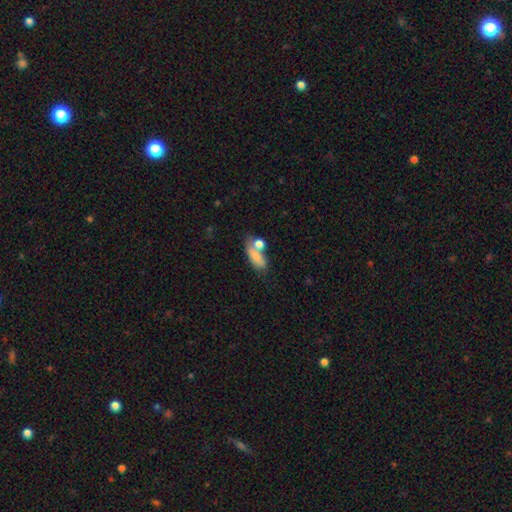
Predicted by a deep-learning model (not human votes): Q: Smooth or featured?
A: smooth (75%); runner-up: featured or disk (16%)
Q: How rounded?
A: in between (69%); runner-up: cigar-shaped (22%)
Q: Merging?
A: none (38%); runner-up: merger (34%)